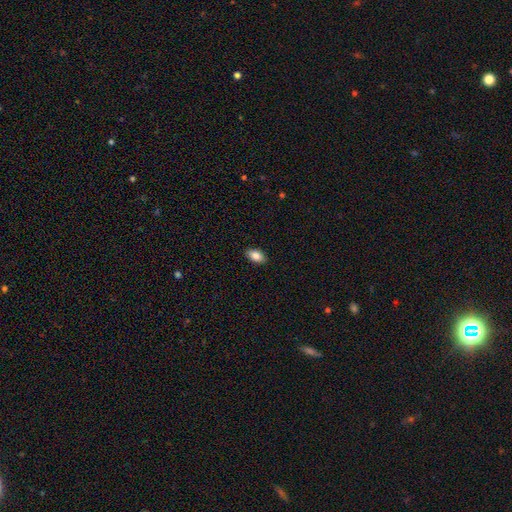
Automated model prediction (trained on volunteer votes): The model was most divided on "smooth or featured": smooth: 86%, star or artifact: 7%, featured or disk: 7%. More confident: how rounded — in between (92%); merging — none (89%).